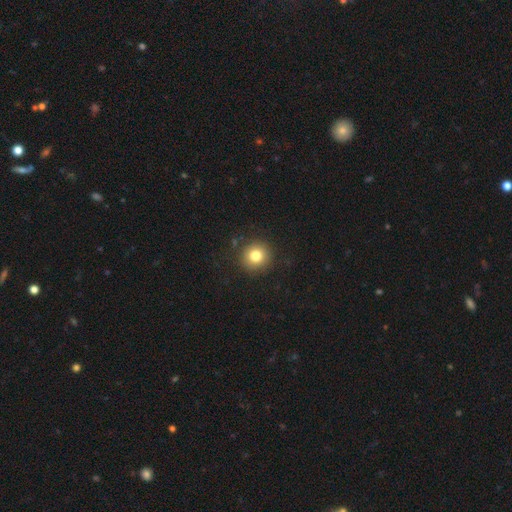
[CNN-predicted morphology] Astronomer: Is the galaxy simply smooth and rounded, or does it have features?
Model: smooth — 80%.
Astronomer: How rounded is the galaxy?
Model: round — 93%.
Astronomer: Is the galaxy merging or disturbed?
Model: none — 90%.